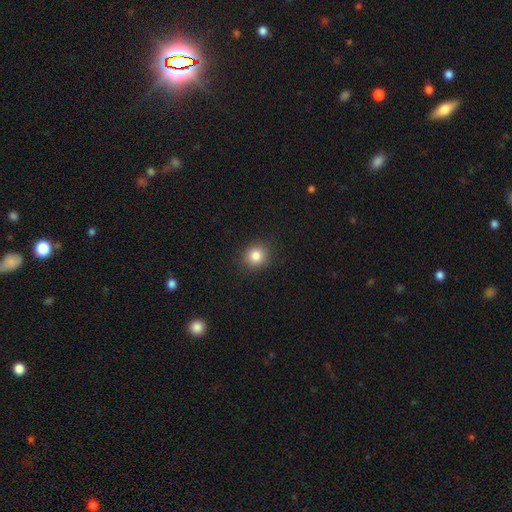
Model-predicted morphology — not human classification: Overall: smooth (84%). How rounded: round (86%). Merging: none (90%).